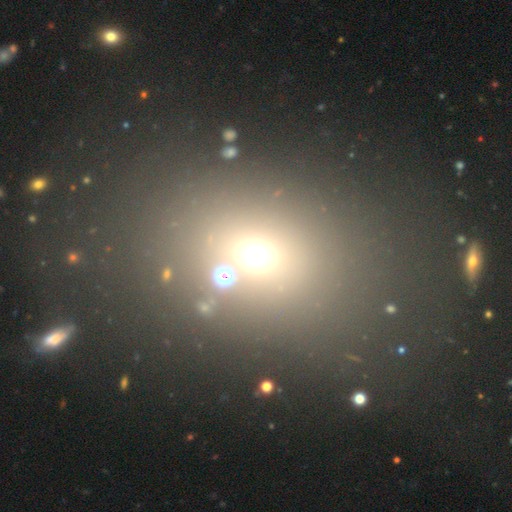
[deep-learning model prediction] This is likely a smooth galaxy (61%). How rounded: possibly in between (55%). Merging: likely none (73%).